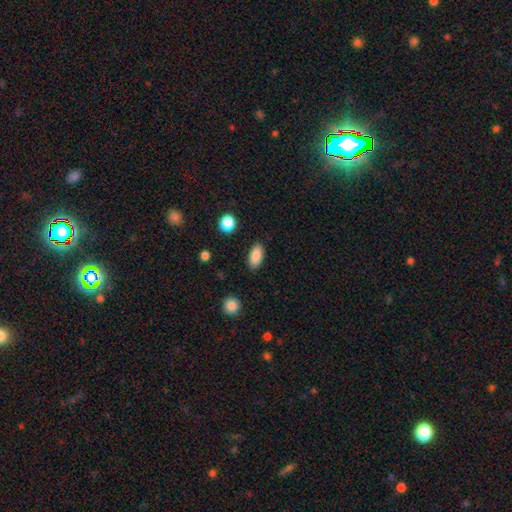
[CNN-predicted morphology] Overall: smooth (87%). How rounded: in between (88%). Merging: none (87%).